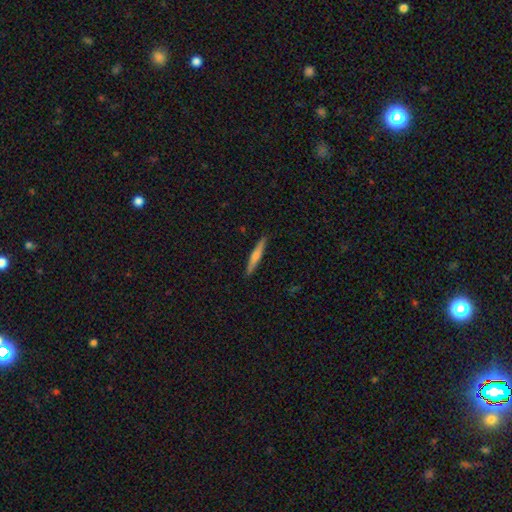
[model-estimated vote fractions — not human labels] Smooth or featured? Predicted: smooth (p=0.55). How rounded? Predicted: cigar-shaped (p=0.94). Merging? Predicted: none (p=0.91).